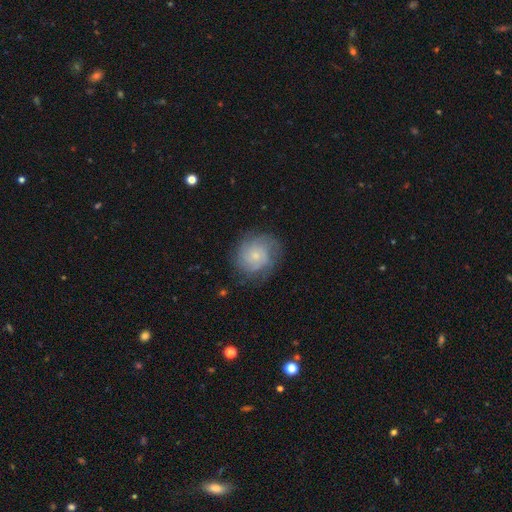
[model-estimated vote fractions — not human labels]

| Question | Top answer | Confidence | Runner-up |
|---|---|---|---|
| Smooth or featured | featured or disk | 61% | smooth (30%) |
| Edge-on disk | no | 98% | yes (2%) |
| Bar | no | 80% | weak (18%) |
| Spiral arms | yes | 89% | no (11%) |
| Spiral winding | tight | 60% | medium (30%) |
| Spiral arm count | can't tell | 41% | 3 (19%) |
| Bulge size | small | 67% | moderate (25%) |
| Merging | none | 73% | minor disturbance (18%) |